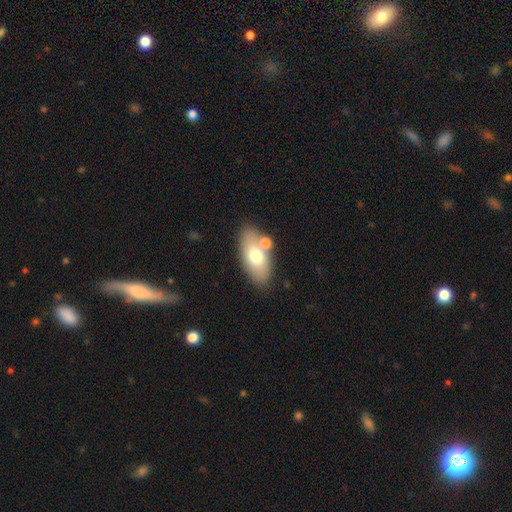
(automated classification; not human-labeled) This appears to be a smooth galaxy with no disk features (66%) that is in between round and cigar-shaped (90%). Merging: none (66%).